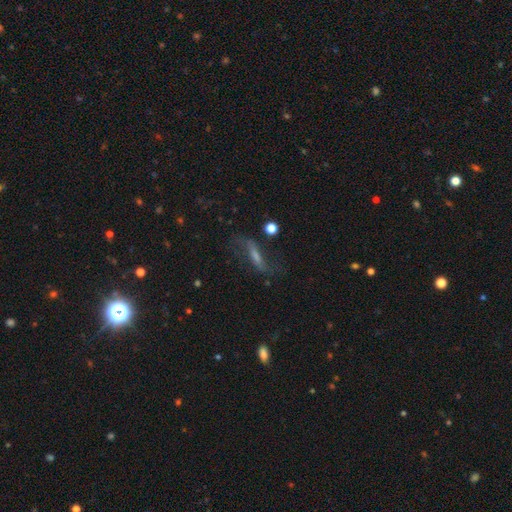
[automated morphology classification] A featured or disk galaxy (58%).

Vote fractions:
- Smooth or featured? featured or disk: 58% / smooth: 26% / star or artifact: 17%
- Edge-on disk? no: 69% / yes: 31%
- Merging? none: 63% / minor disturbance: 18% / major disturbance: 16% / merger: 3%